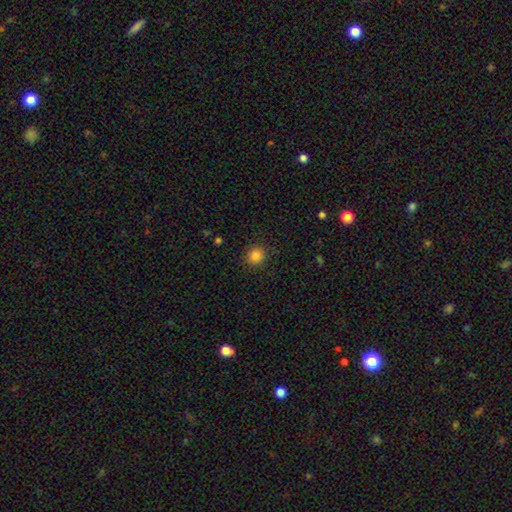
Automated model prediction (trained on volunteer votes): Smooth or featured? Predicted: smooth (p=0.84). How rounded? Predicted: round (p=0.88). Merging? Predicted: none (p=0.89).